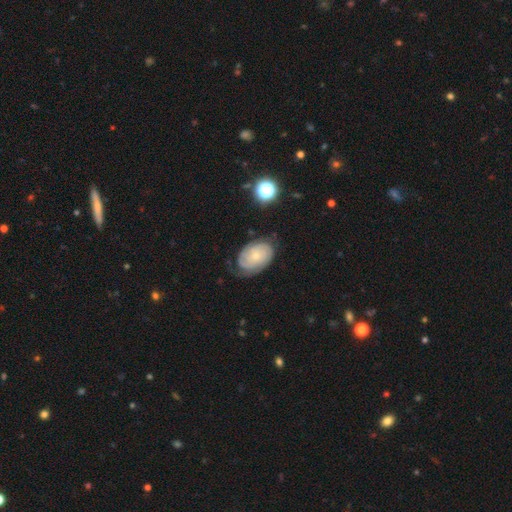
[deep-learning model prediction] Smooth or featured?
  - featured or disk: 73% *
  - smooth: 20%
  - star or artifact: 7%
Edge-on disk?
  - no: 97% *
  - yes: 3%
Bar?
  - no: 78% *
  - weak: 19%
  - strong: 3%
Spiral arms?
  - yes: 93% *
  - no: 7%
Spiral winding?
  - tight: 71% *
  - medium: 23%
  - loose: 7%
Spiral arm count?
  - 2: 38% *
  - can't tell: 36%
  - 3: 13%
  - 1: 6%
  - 4: 4%
  - more than 4: 3%
Bulge size?
  - small: 67% *
  - moderate: 26%
  - none: 4%
  - large: 2%
  - dominant: 1%
Merging?
  - none: 64% *
  - minor disturbance: 24%
  - major disturbance: 10%
  - merger: 2%